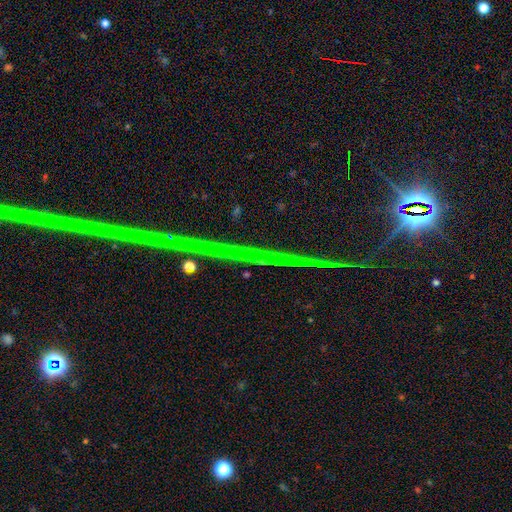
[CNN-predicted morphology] Overall: star or artifact (85%).